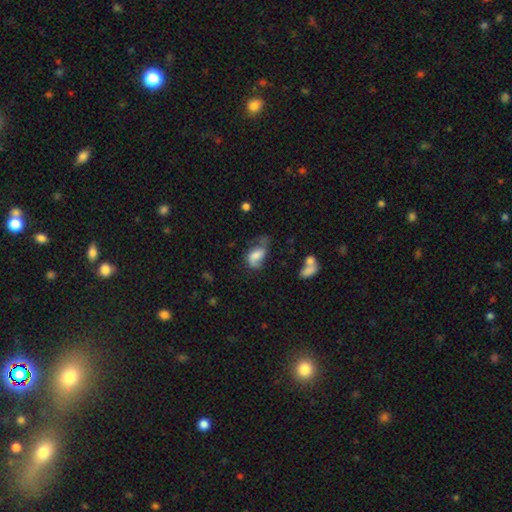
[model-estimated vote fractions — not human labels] Smooth or featured?
  - smooth: 60% *
  - featured or disk: 31%
  - star or artifact: 9%
How rounded?
  - in between: 87% *
  - round: 10%
  - cigar-shaped: 3%
Merging?
  - none: 33% *
  - minor disturbance: 31%
  - major disturbance: 30%
  - merger: 6%